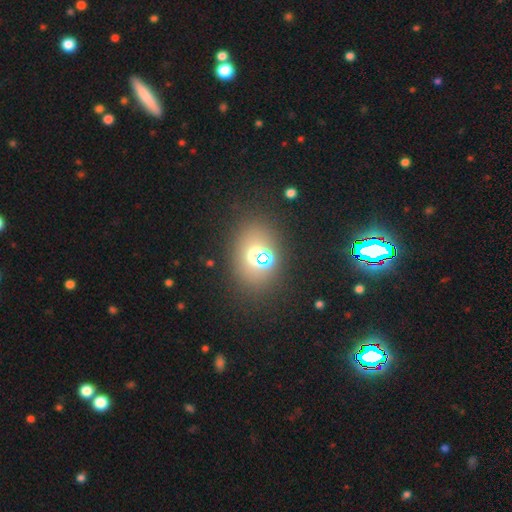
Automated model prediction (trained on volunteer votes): smooth 51%, star or artifact 35%, featured or disk 13%. Down the decision tree: how rounded — round (54%); merging — none (75%).